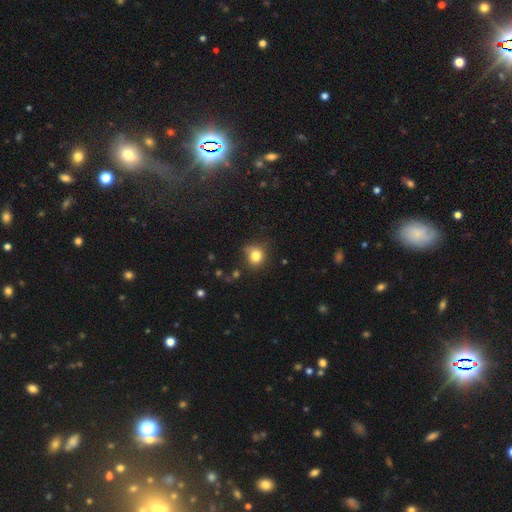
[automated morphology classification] Q: Smooth or featured?
A: smooth (80%); runner-up: star or artifact (12%)
Q: How rounded?
A: round (84%); runner-up: in between (15%)
Q: Merging?
A: none (69%); runner-up: minor disturbance (21%)